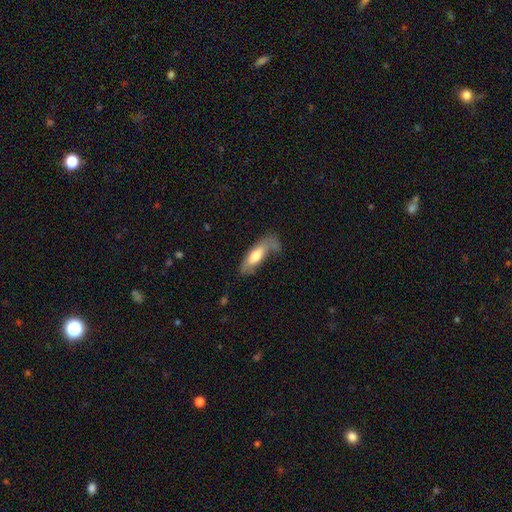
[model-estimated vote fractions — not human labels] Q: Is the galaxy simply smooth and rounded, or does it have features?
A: smooth — 62%.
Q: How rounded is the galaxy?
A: in between — 60%.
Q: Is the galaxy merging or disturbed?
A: none — 45%.